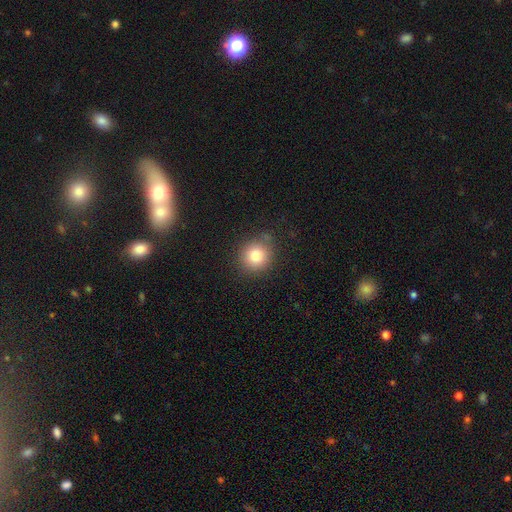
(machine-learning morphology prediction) This is clearly a smooth galaxy (81%). How rounded: clearly round (88%). Merging: clearly none (83%).